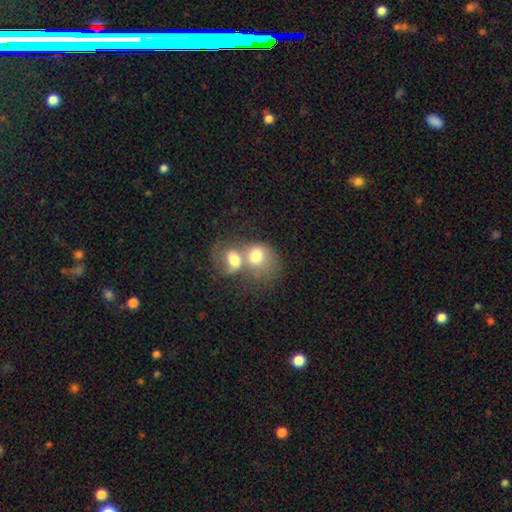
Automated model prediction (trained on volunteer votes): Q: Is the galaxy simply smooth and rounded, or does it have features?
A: smooth — 62%.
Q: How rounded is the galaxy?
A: round — 55%.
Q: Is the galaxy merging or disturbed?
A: merger — 78%.